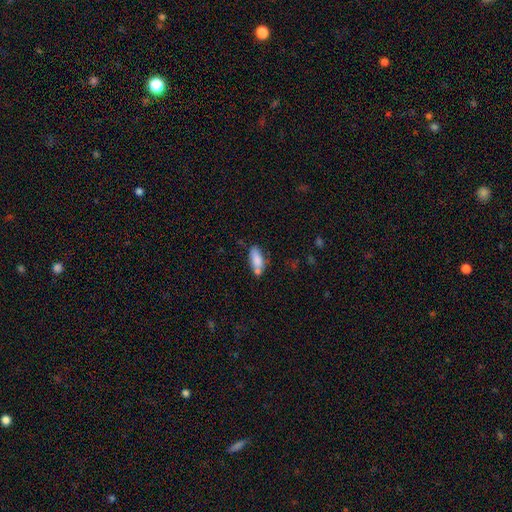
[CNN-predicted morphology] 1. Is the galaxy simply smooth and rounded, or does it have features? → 79% smooth, 13% featured or disk, 8% star or artifact.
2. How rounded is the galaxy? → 68% in between, 30% cigar-shaped, 2% round.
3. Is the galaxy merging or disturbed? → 57% none, 20% minor disturbance, 18% merger, 5% major disturbance.